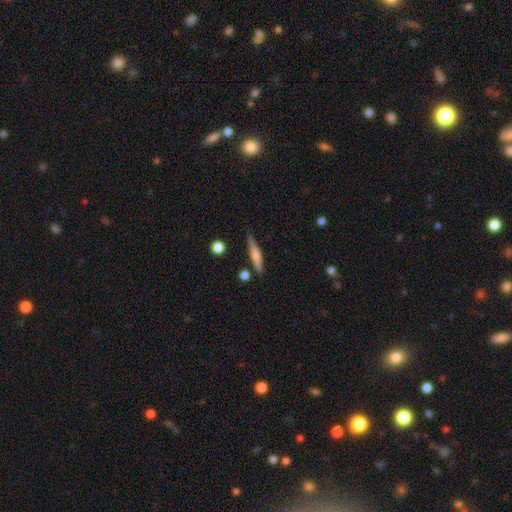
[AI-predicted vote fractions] This is possibly a smooth galaxy (56%). How rounded: clearly cigar-shaped (87%). Merging: likely none (78%).